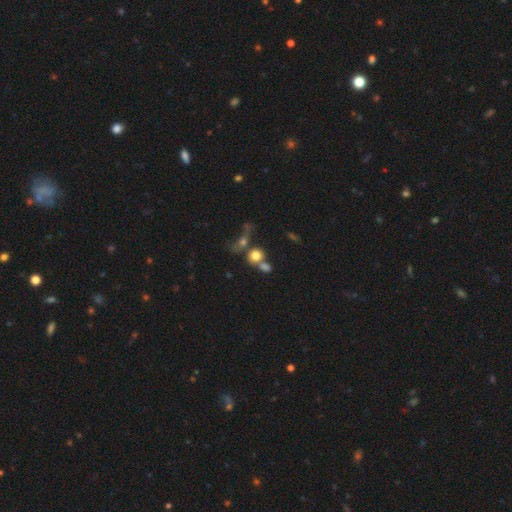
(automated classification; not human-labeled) A smooth galaxy with no disk features (74%) that is round (74%).

Vote fractions:
- Smooth or featured? smooth: 74% / star or artifact: 14% / featured or disk: 12%
- How rounded? round: 74% / in between: 24% / cigar-shaped: 2%
- Merging? merger: 46% / none: 35% / major disturbance: 9% / minor disturbance: 9%